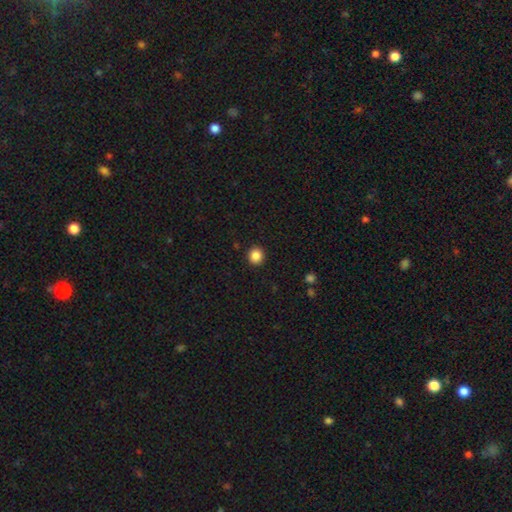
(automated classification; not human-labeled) Morphology: type=smooth (86%); roundness=round (91%); merging=none (92%).